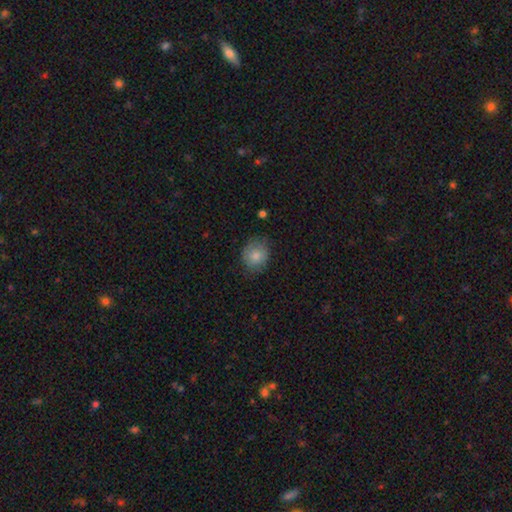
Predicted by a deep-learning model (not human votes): Smooth or featured? smooth (80%)
How rounded? round (69%)
Merging? none (71%)